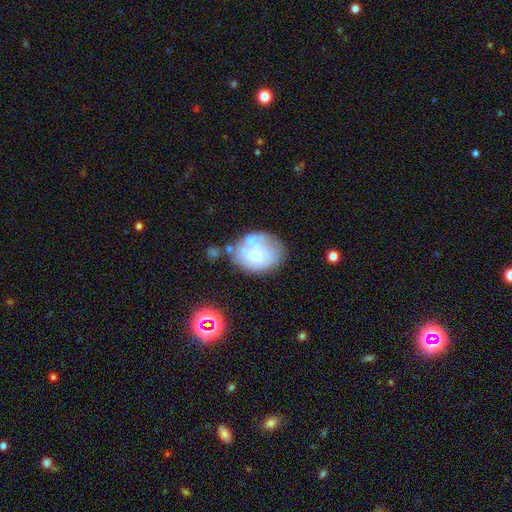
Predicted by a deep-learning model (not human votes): A featured or disk galaxy (45%, tied with smooth).

Vote fractions:
- Smooth or featured? featured or disk: 45% (tied) / smooth: 45% (tied) / star or artifact: 11%
- Merging? none: 43% / minor disturbance: 25% / major disturbance: 16% / merger: 15%